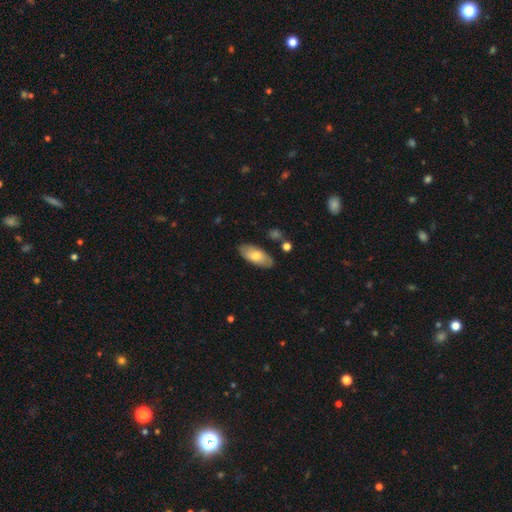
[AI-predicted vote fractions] Smooth or featured?
  - smooth: 68% *
  - featured or disk: 26%
  - star or artifact: 6%
How rounded?
  - in between: 88% *
  - cigar-shaped: 10%
  - round: 2%
Merging?
  - none: 83% *
  - minor disturbance: 12%
  - major disturbance: 2%
  - merger: 2%